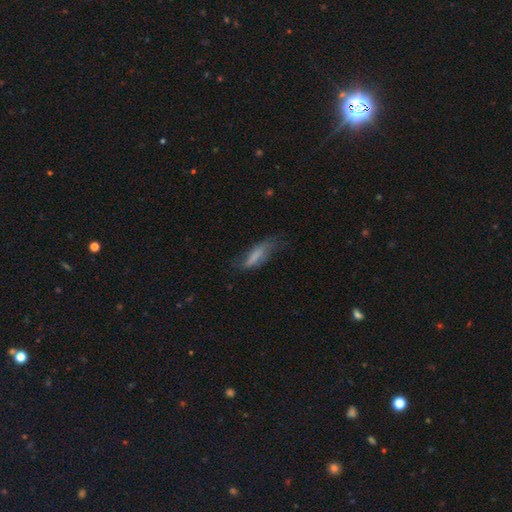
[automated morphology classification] smooth-or-featured: smooth: 65% | featured or disk: 26% | star or artifact: 9%
  how-rounded: cigar-shaped: 49% | in between: 48% | round: 2%
  merging: none: 44% | minor disturbance: 32% | major disturbance: 21% | merger: 2%